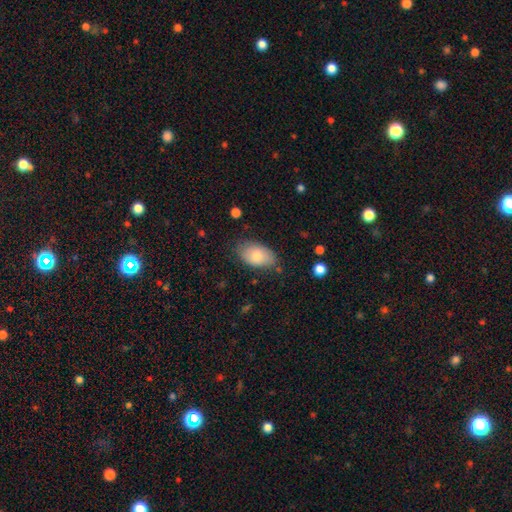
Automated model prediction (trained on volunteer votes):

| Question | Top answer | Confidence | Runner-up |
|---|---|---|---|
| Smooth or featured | smooth | 78% | featured or disk (14%) |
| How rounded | in between | 92% | round (6%) |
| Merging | none | 74% | minor disturbance (21%) |